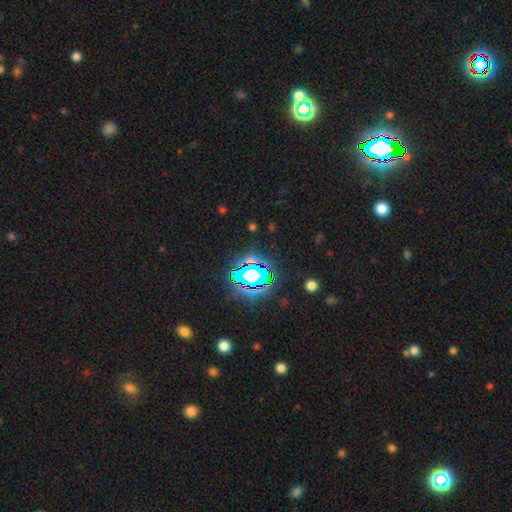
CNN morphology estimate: Smooth or featured? star or artifact (82%)